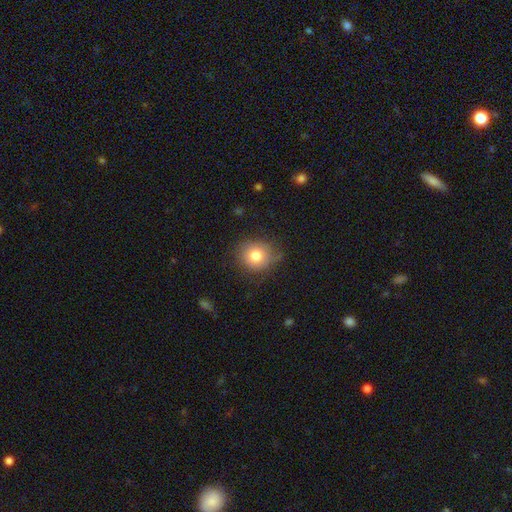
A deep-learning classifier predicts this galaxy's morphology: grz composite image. It shows a smooth galaxy with no disk features (78%) that is round (81%). Merging: none (75%).